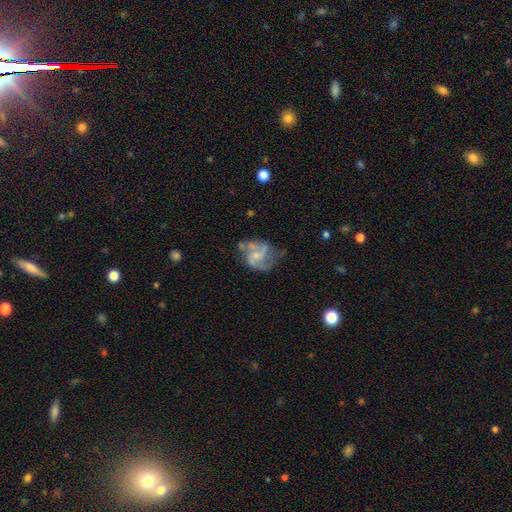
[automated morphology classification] Q: Smooth or featured?
A: featured or disk (78%); runner-up: smooth (15%)
Q: Edge-on disk?
A: no (98%); runner-up: yes (2%)
Q: Bar?
A: no (55%); runner-up: weak (38%)
Q: Spiral arms?
A: yes (89%); runner-up: no (11%)
Q: Spiral winding?
A: medium (52%); runner-up: loose (30%)
Q: Spiral arm count?
A: 2 (60%); runner-up: 3 (18%)
Q: Bulge size?
A: small (52%); runner-up: moderate (27%)
Q: Merging?
A: none (50%); runner-up: minor disturbance (25%)